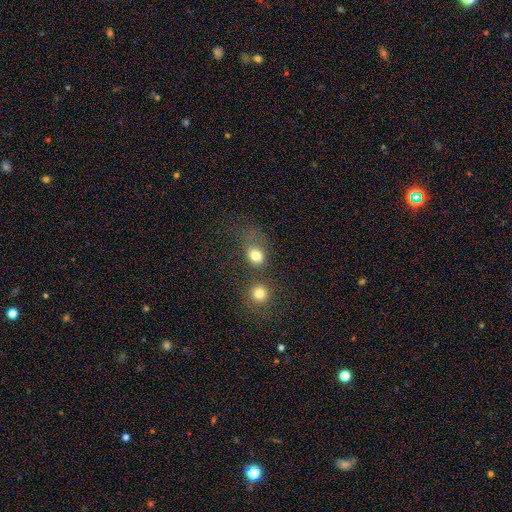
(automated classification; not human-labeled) smooth 79%, star or artifact 13%, featured or disk 8%. Down the decision tree: how rounded — round (52%); merging — none (45%).